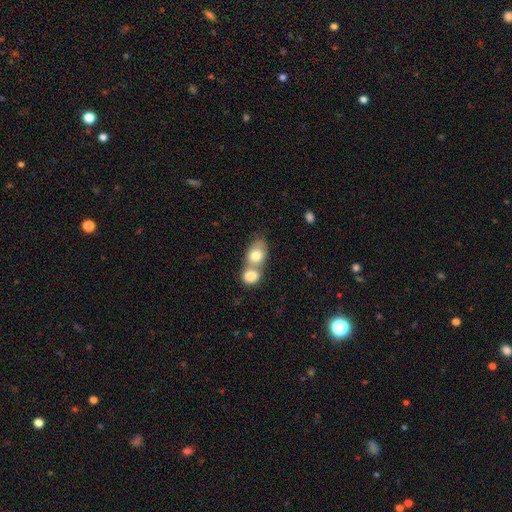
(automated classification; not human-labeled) This is likely a smooth galaxy (77%). How rounded: likely in between (71%). Merging: likely merger (69%).